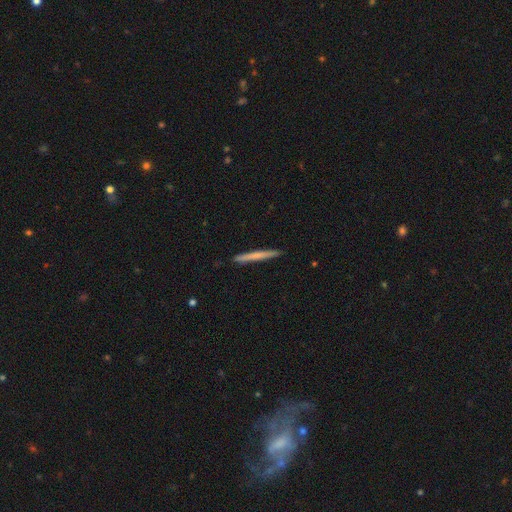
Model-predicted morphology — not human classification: smooth_or_featured: smooth (p=0.60) [alt: featured or disk p=0.35]
how_rounded: cigar-shaped (p=0.97) [alt: in between p=0.02]
merging: none (p=0.92) [alt: minor disturbance p=0.06]